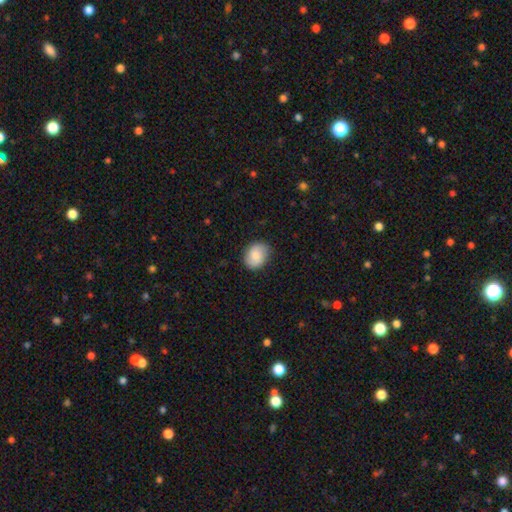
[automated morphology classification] smooth 82%, featured or disk 11%, star or artifact 7%. Down the decision tree: how rounded — in between (54%); merging — none (79%).